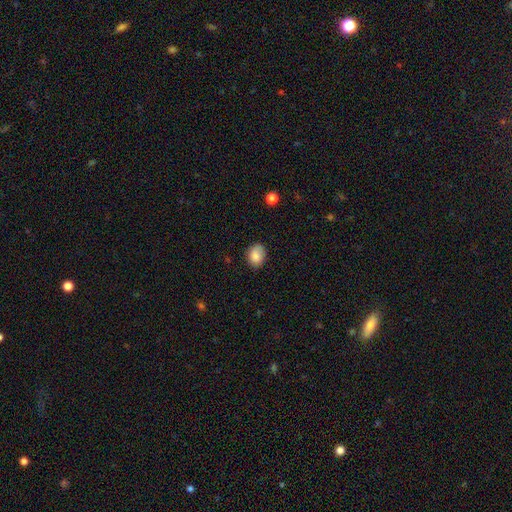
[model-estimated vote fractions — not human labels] A smooth galaxy with no disk features (83%) that is in between round and cigar-shaped (53%). Merging: none (76%).